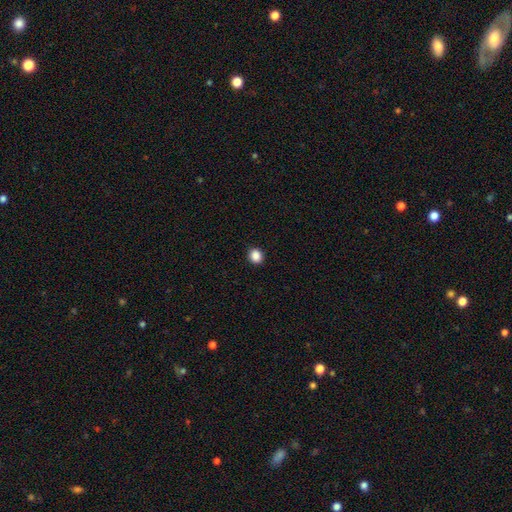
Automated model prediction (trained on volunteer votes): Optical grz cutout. It shows a smooth galaxy with no disk features (88%) that is round (79%). Merging: none (92%).